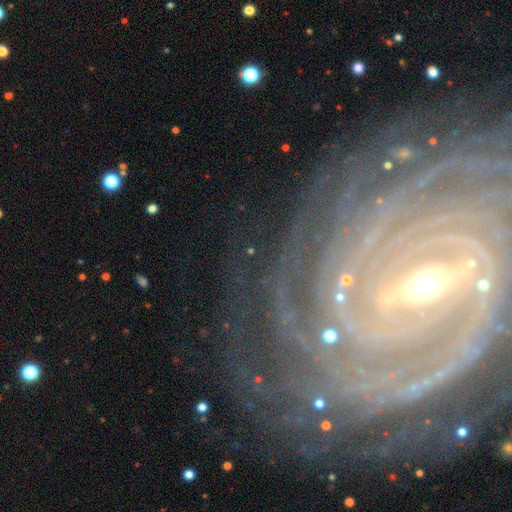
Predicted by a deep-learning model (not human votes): This is clearly a featured or disk galaxy (91%). It is clearly not viewed edge-on (96%). Bar: possibly strong (57%). Spiral arm pattern: clearly yes (98%). Spiral arm count: marginally more than 4 (35%). Spiral winding: clearly tight (85%). Central bulge: possibly small (53%). Merging: likely none (80%).